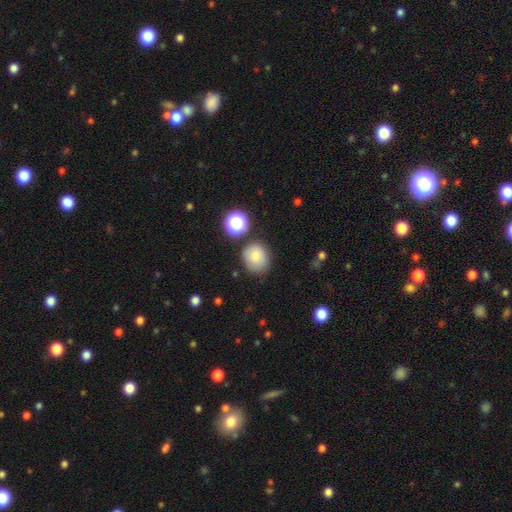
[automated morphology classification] smooth-or-featured: smooth: 79% | star or artifact: 11% | featured or disk: 9%
  how-rounded: round: 75% | in between: 24% | cigar-shaped: 1%
  merging: none: 75% | minor disturbance: 15% | merger: 6% | major disturbance: 4%